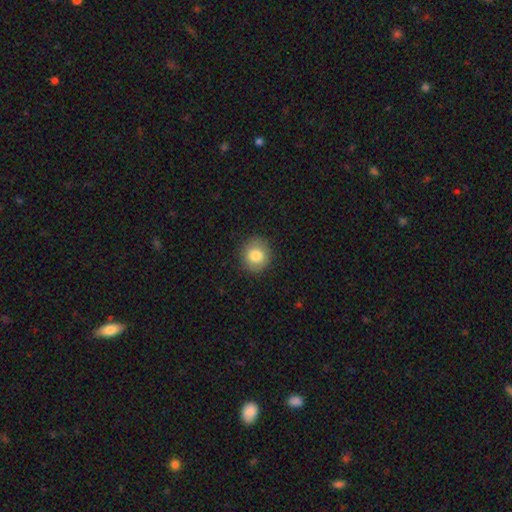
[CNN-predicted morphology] smooth_or_featured: smooth (p=0.81) [alt: featured or disk p=0.10]
how_rounded: round (p=0.84) [alt: in between p=0.15]
merging: none (p=0.88) [alt: minor disturbance p=0.08]